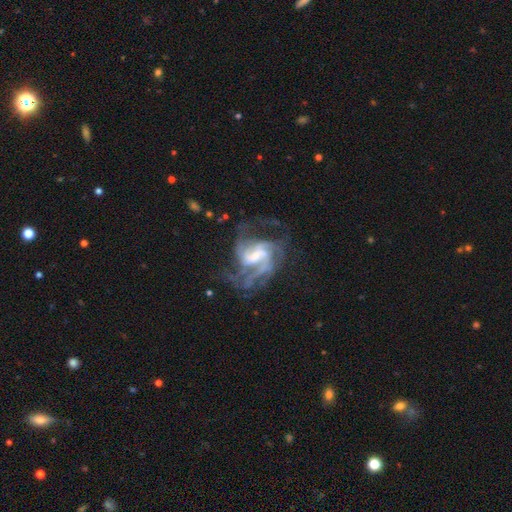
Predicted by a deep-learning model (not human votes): Smooth or featured?
  - featured or disk: 89% *
  - star or artifact: 6%
  - smooth: 5%
Edge-on disk?
  - no: 98% *
  - yes: 2%
Bar?
  - weak: 48% *
  - no: 27%
  - strong: 25%
Spiral arms?
  - yes: 96% *
  - no: 4%
Spiral winding?
  - medium: 52% *
  - tight: 27%
  - loose: 21%
Spiral arm count?
  - 3: 31% *
  - 4: 21%
  - 2: 18%
  - can't tell: 17%
  - more than 4: 7%
  - 1: 6%
Bulge size?
  - small: 53% *
  - moderate: 34%
  - none: 6%
  - large: 6%
  - dominant: 1%
Merging?
  - none: 52% *
  - major disturbance: 28%
  - minor disturbance: 17%
  - merger: 3%